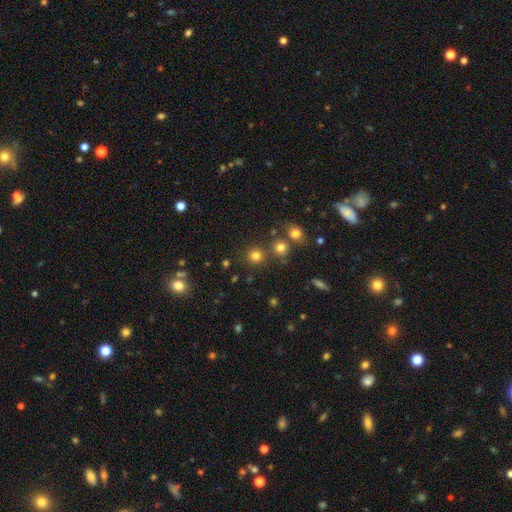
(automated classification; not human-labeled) smooth-or-featured: smooth: 77% | star or artifact: 17% | featured or disk: 6%
  how-rounded: round: 92% | in between: 7% | cigar-shaped: 1%
  merging: none: 78% | merger: 12% | minor disturbance: 7% | major disturbance: 3%